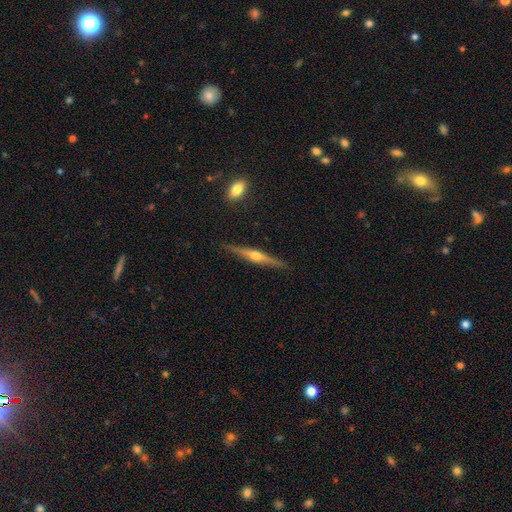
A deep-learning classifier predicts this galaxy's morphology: A featured or disk galaxy (76%) viewed edge-on (98%) with a rounded central bulge (91%). Merging: none (88%).